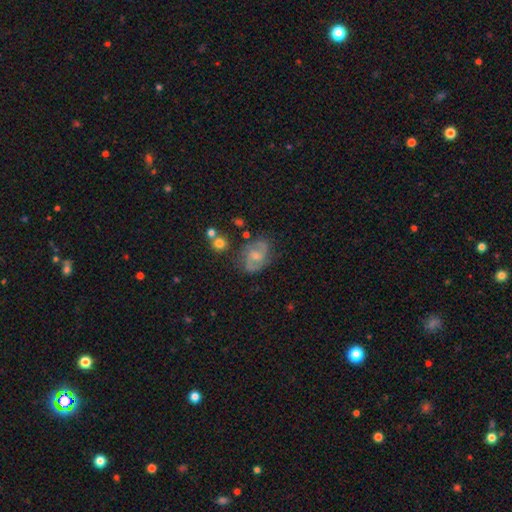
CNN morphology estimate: Q: Smooth or featured?
A: featured or disk (79%); runner-up: smooth (14%)
Q: Edge-on disk?
A: no (98%); runner-up: yes (2%)
Q: Bar?
A: weak (46%); runner-up: no (45%)
Q: Spiral arms?
A: yes (94%); runner-up: no (6%)
Q: Spiral winding?
A: medium (57%); runner-up: tight (23%)
Q: Spiral arm count?
A: 2 (90%); runner-up: can't tell (5%)
Q: Bulge size?
A: moderate (46%); runner-up: small (39%)
Q: Merging?
A: none (75%); runner-up: minor disturbance (16%)